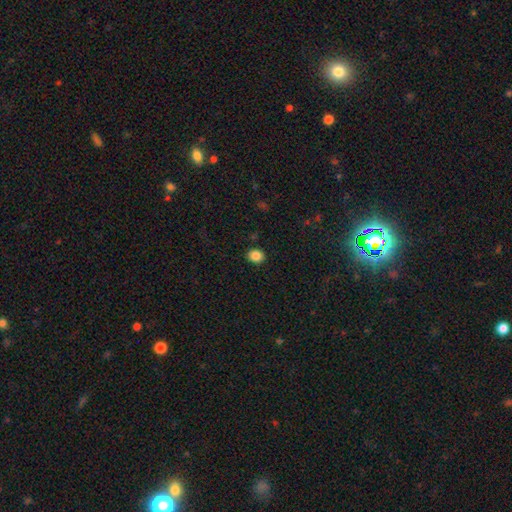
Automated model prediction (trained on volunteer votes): The model was most divided on "how rounded": round: 61%, in between: 38%, cigar-shaped: 1%. More confident: merging — none (89%); smooth or featured — smooth (86%).